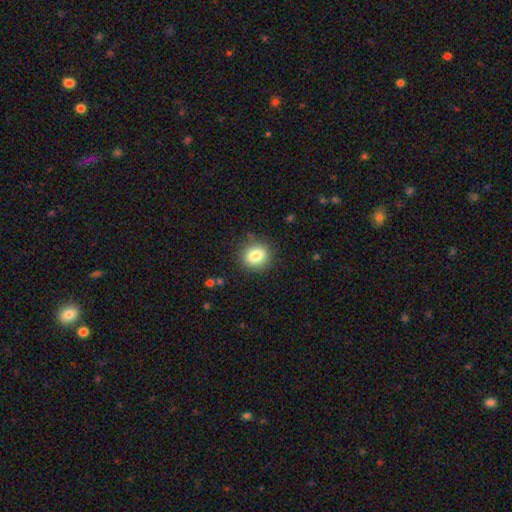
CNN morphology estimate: Smooth or featured: smooth — 83% (star or artifact — 10%)
How rounded: round — 69% (in between — 30%)
Merging: none — 85% (minor disturbance — 11%)